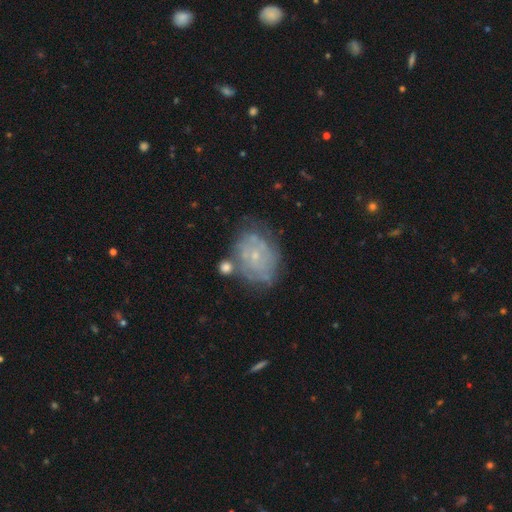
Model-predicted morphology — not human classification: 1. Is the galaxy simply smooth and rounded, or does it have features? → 68% featured or disk, 23% smooth, 9% star or artifact.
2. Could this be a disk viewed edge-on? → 97% no, 3% yes.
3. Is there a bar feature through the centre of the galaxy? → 79% no, 18% weak, 3% strong.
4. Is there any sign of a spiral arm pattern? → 69% yes, 31% no.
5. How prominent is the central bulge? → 80% small, 14% moderate, 4% none, 1% large, 1% dominant.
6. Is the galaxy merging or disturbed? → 61% none, 22% minor disturbance, 10% major disturbance, 8% merger.